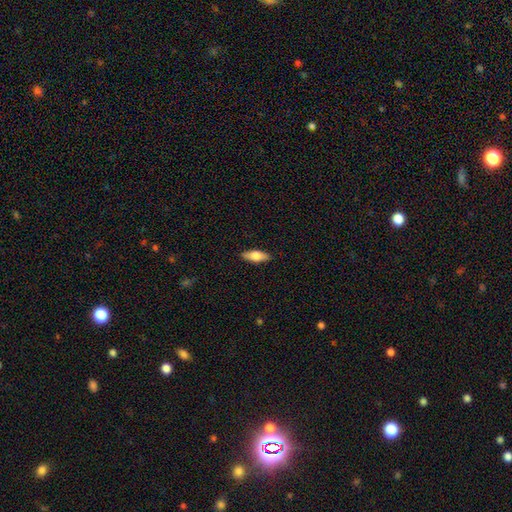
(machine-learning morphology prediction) Smooth or featured? Predicted: smooth (p=0.67). How rounded? Predicted: in between (p=0.71). Merging? Predicted: none (p=0.89).